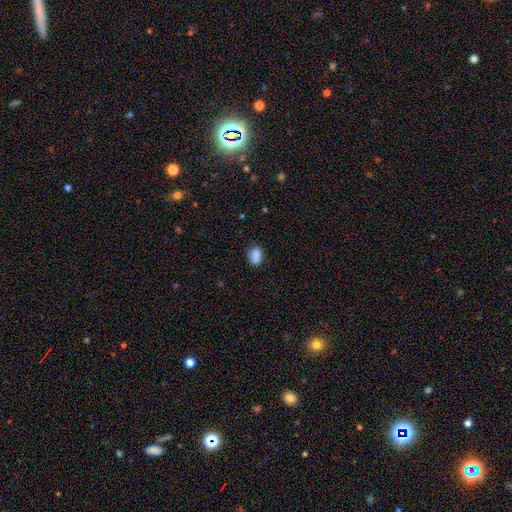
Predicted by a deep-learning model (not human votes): Smooth or featured?
  - smooth: 83% *
  - star or artifact: 9%
  - featured or disk: 8%
How rounded?
  - in between: 75% *
  - round: 22%
  - cigar-shaped: 2%
Merging?
  - none: 69% *
  - minor disturbance: 20%
  - merger: 6%
  - major disturbance: 5%